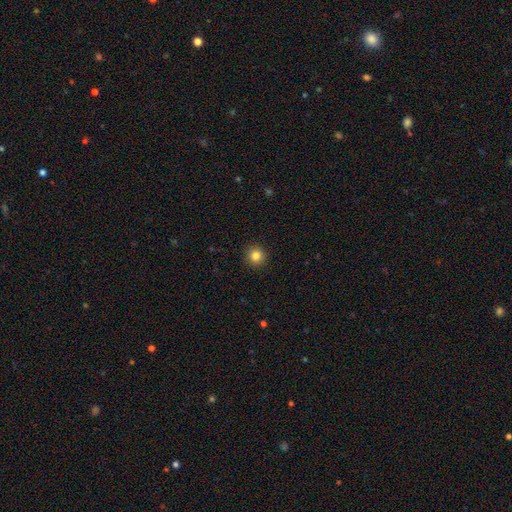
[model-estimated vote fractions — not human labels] A smooth galaxy with no disk features (84%) that is round (95%). Merging: none (93%).